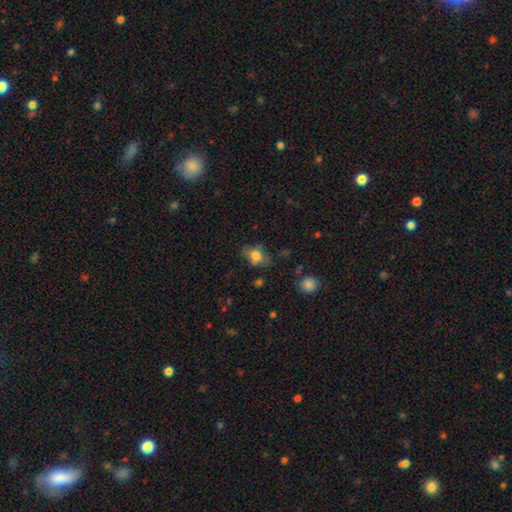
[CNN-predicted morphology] Smooth or featured?
  - smooth: 73% *
  - featured or disk: 17%
  - star or artifact: 10%
How rounded?
  - in between: 80% *
  - round: 19%
  - cigar-shaped: 2%
Merging?
  - none: 61% *
  - minor disturbance: 25%
  - major disturbance: 8%
  - merger: 6%